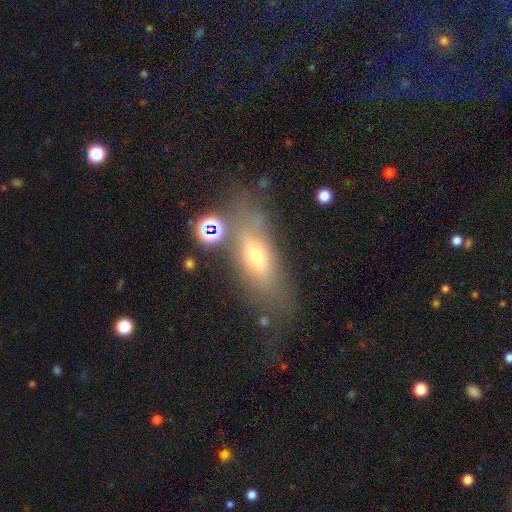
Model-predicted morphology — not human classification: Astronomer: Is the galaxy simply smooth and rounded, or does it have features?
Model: smooth — 51% (runner-up: featured or disk, 35%).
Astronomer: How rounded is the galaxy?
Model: in between — 58% (runner-up: cigar-shaped, 35%).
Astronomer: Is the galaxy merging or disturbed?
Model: none — 58%.